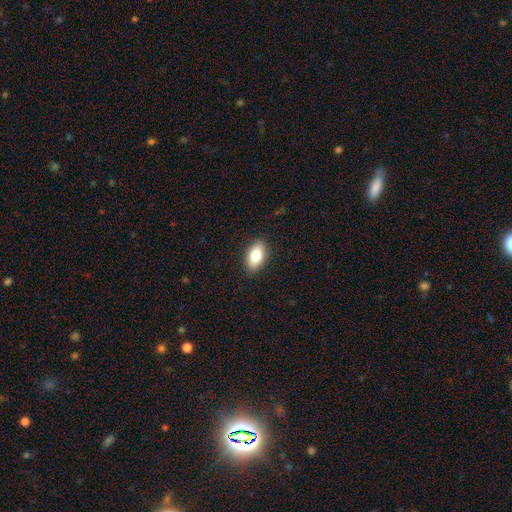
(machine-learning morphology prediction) Overall: smooth (81%). How rounded: in between (91%). Merging: none (89%).